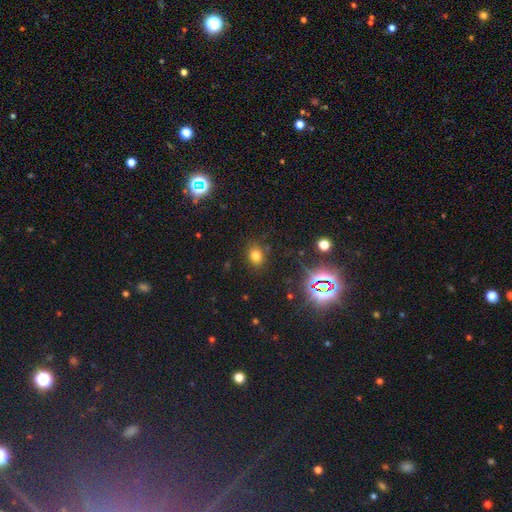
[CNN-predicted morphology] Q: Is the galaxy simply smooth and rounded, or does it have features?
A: smooth — 71%.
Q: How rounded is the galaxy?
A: in between — 54%.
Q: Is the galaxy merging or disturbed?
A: none — 82%.